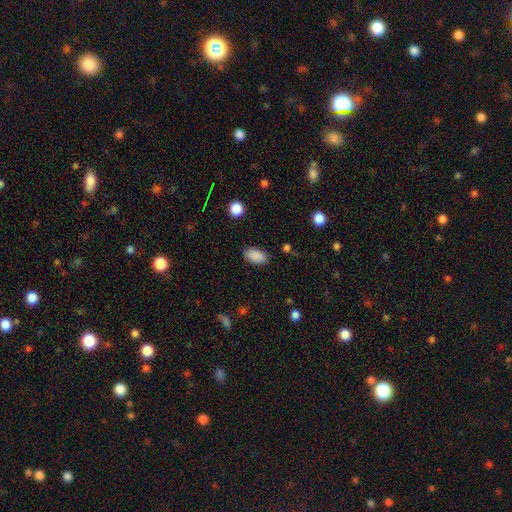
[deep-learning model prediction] A smooth galaxy with no disk features (89%) that is in between round and cigar-shaped (93%). Merging: none (85%).